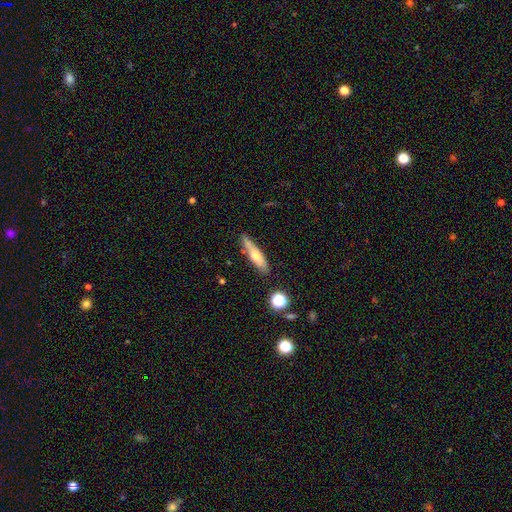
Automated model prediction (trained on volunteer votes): Morphology: type=smooth (55%); roundness=cigar-shaped (78%); merging=none (77%).